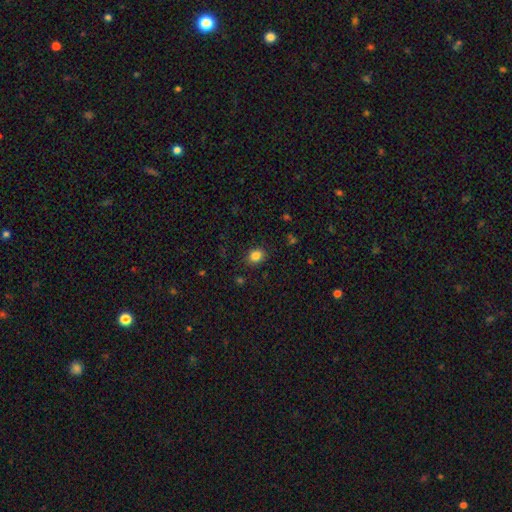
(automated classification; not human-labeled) smooth-or-featured: smooth: 84% | star or artifact: 11% | featured or disk: 5%
  how-rounded: round: 54% | in between: 45% | cigar-shaped: 1%
  merging: none: 87% | minor disturbance: 9% | major disturbance: 3% | merger: 1%